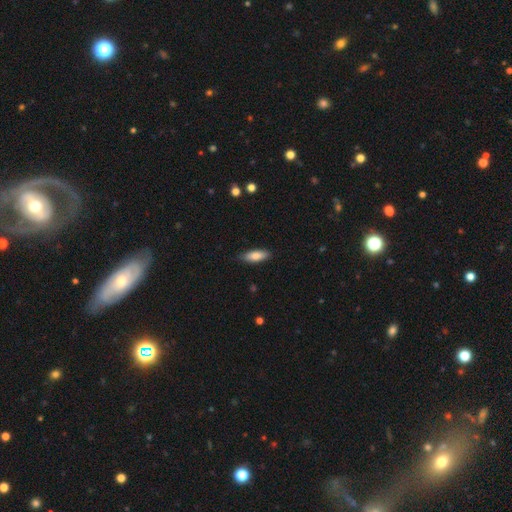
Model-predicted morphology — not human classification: smooth-or-featured: smooth: 80% | featured or disk: 14% | star or artifact: 6%
  how-rounded: in between: 64% | cigar-shaped: 34% | round: 2%
  merging: none: 86% | minor disturbance: 11% | major disturbance: 2% | merger: 1%